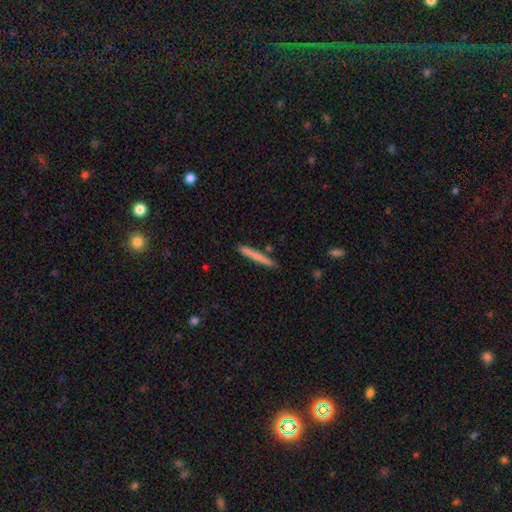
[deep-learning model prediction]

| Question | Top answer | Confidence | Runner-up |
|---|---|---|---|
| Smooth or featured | smooth | 72% | featured or disk (23%) |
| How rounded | cigar-shaped | 97% | in between (2%) |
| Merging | none | 89% | minor disturbance (8%) |